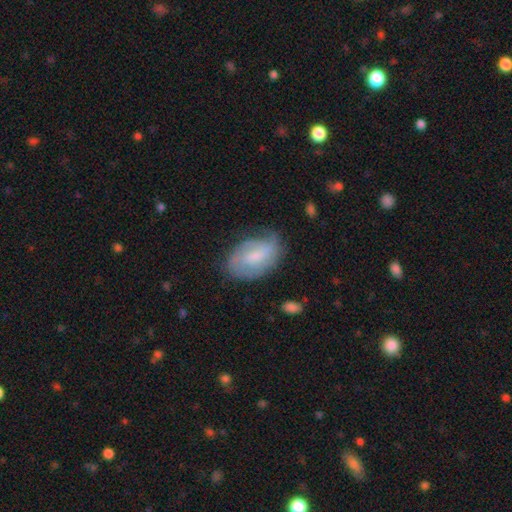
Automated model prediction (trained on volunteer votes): This is possibly a featured or disk galaxy (52%). It is clearly not viewed edge-on (95%). Merging: likely none (65%).